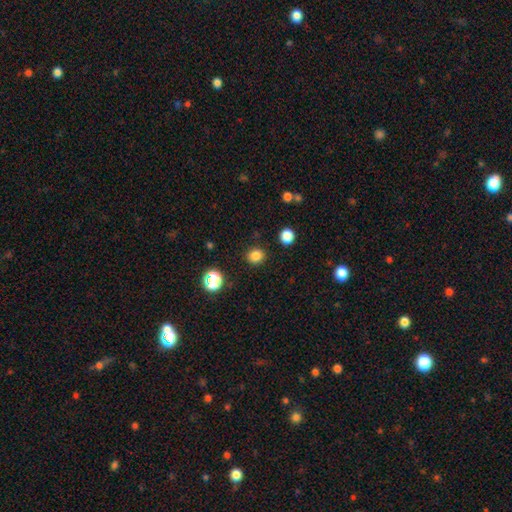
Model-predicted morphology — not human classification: A smooth galaxy with no disk features (82%) that is round (81%).

Vote fractions:
- Smooth or featured? smooth: 82% / star or artifact: 14% / featured or disk: 4%
- How rounded? round: 81% / in between: 19% / cigar-shaped: 1%
- Merging? none: 88% / minor disturbance: 7% / major disturbance: 2% / merger: 2%